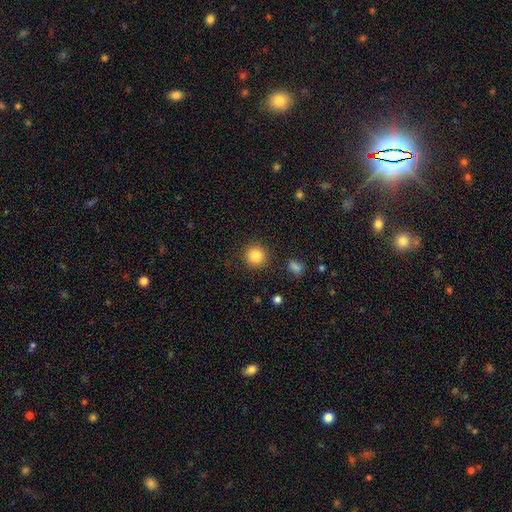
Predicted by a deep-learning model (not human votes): Smooth or featured? smooth (84%)
How rounded? round (93%)
Merging? none (89%)